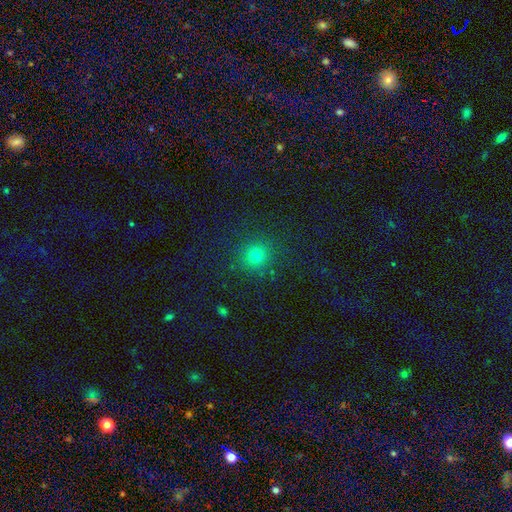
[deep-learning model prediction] A smooth galaxy with no disk features (75%) that is round (93%).

Vote fractions:
- Smooth or featured? smooth: 75% / star or artifact: 19% / featured or disk: 6%
- How rounded? round: 93% / in between: 6% / cigar-shaped: 1%
- Merging? none: 88% / minor disturbance: 7% / major disturbance: 3% / merger: 1%